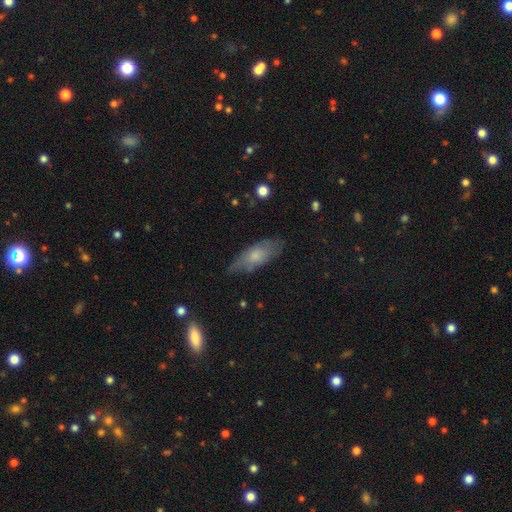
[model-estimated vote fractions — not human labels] smooth_or_featured: smooth (p=0.61) [alt: featured or disk p=0.32]
how_rounded: in between (p=0.72) [alt: cigar-shaped p=0.25]
merging: none (p=0.63) [alt: minor disturbance p=0.28]